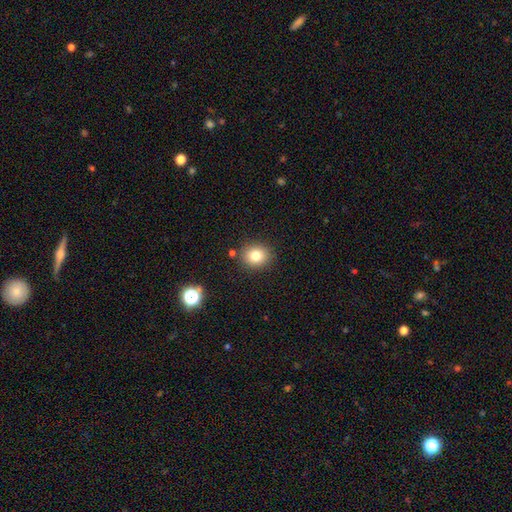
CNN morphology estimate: Smooth or featured: smooth — 80% (star or artifact — 12%)
How rounded: round — 72% (in between — 27%)
Merging: none — 87% (minor disturbance — 8%)